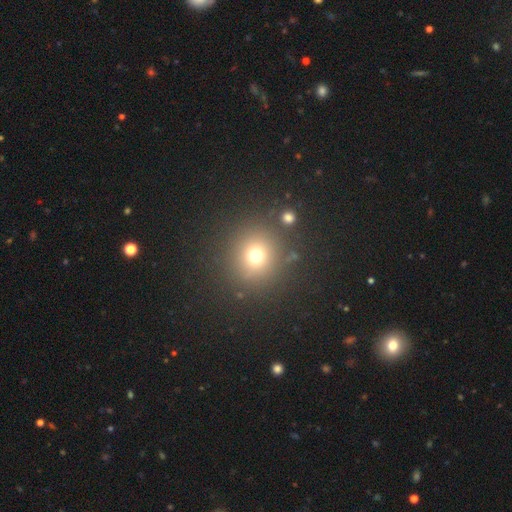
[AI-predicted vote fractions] Q: Smooth or featured?
A: smooth (71%); runner-up: star or artifact (20%)
Q: How rounded?
A: round (91%); runner-up: in between (8%)
Q: Merging?
A: none (85%); runner-up: minor disturbance (7%)